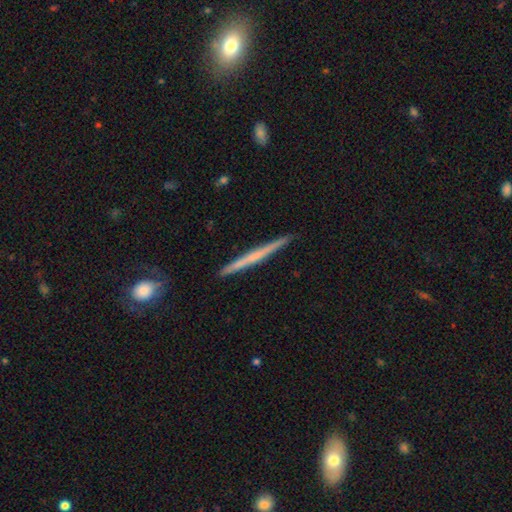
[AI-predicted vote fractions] Smooth or featured?
  - featured or disk: 53% *
  - smooth: 41%
  - star or artifact: 5%
Edge-on disk?
  - yes: 98% *
  - no: 2%
Edge-on bulge?
  - none: 78% *
  - rounded: 16%
  - boxy: 6%
Merging?
  - none: 91% *
  - minor disturbance: 6%
  - major disturbance: 1%
  - merger: 1%